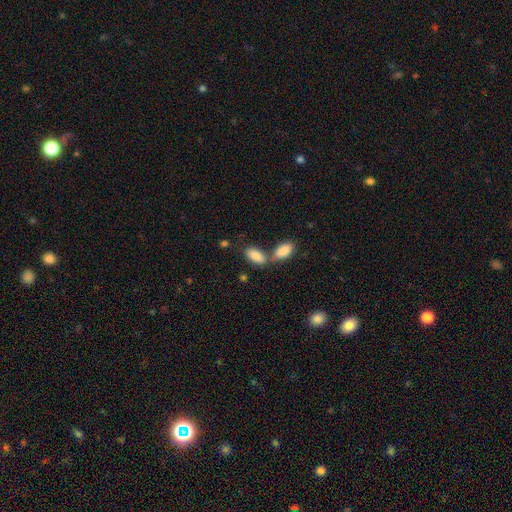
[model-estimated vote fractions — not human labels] This appears to be a smooth galaxy with no disk features (85%) that is in between round and cigar-shaped (91%). Merging: merger (43%, tied with none).